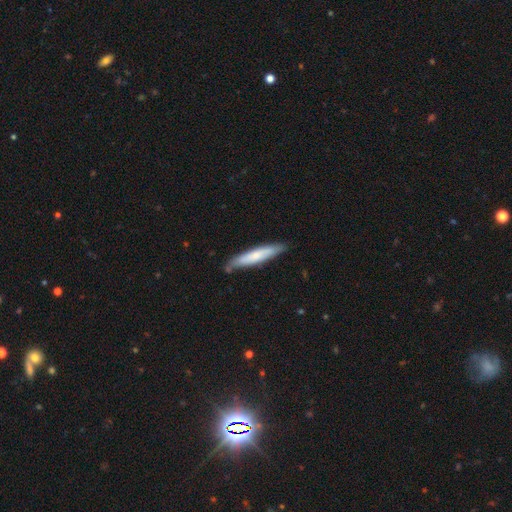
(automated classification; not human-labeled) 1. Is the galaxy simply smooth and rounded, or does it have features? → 63% smooth, 32% featured or disk, 5% star or artifact.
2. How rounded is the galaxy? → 91% cigar-shaped, 8% in between, 1% round.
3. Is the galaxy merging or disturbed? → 80% none, 16% minor disturbance, 2% major disturbance, 2% merger.